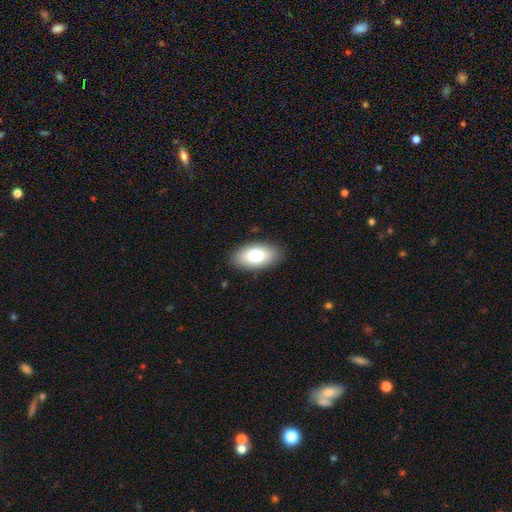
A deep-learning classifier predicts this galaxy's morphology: A smooth galaxy with no disk features (78%) that is in between round and cigar-shaped (94%). Merging: none (88%).